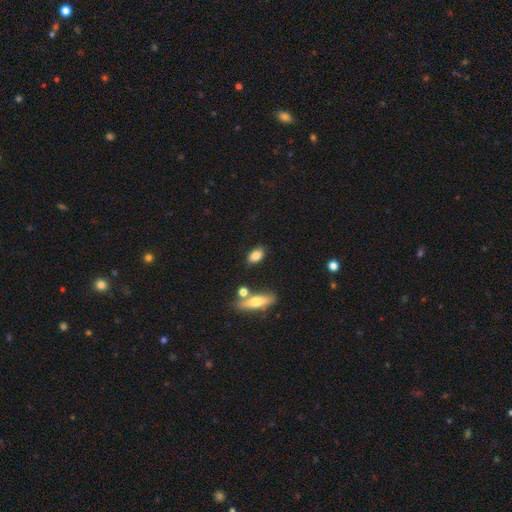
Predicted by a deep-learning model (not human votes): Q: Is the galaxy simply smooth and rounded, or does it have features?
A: smooth — 81%.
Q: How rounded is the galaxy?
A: in between — 85%.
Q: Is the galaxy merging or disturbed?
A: none — 79%.